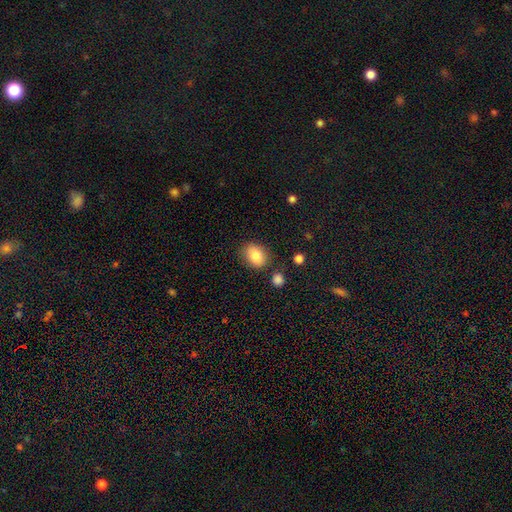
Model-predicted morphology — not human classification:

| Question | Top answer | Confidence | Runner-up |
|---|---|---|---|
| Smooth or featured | smooth | 83% | featured or disk (9%) |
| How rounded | in between | 65% | round (34%) |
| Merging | none | 80% | minor disturbance (12%) |